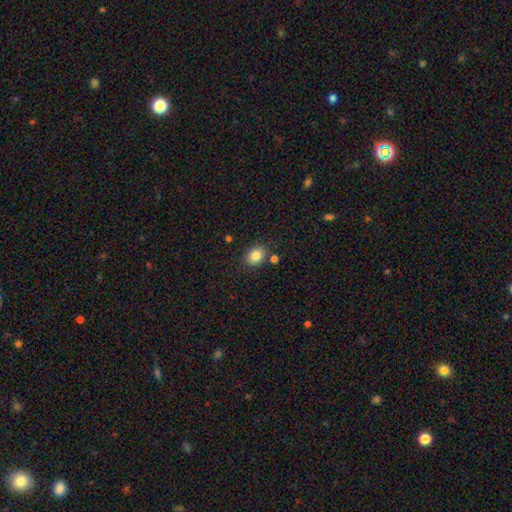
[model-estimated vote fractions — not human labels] The model was most divided on "how rounded": in between: 62%, round: 37%, cigar-shaped: 1%. More confident: smooth or featured — smooth (85%); merging — none (79%).